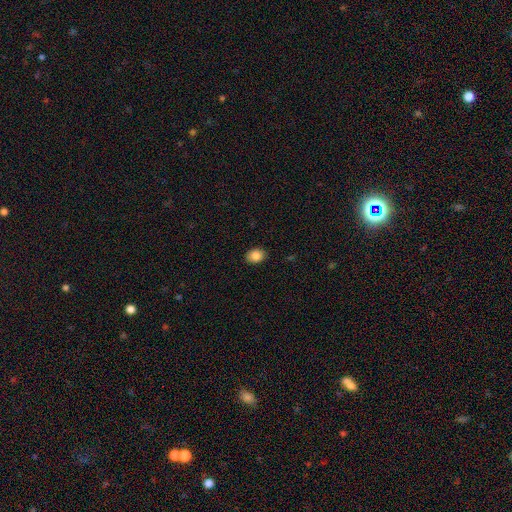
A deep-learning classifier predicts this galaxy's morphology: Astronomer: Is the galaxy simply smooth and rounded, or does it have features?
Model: smooth — 86%.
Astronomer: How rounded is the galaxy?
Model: in between — 66%.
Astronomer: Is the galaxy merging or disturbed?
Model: none — 88%.